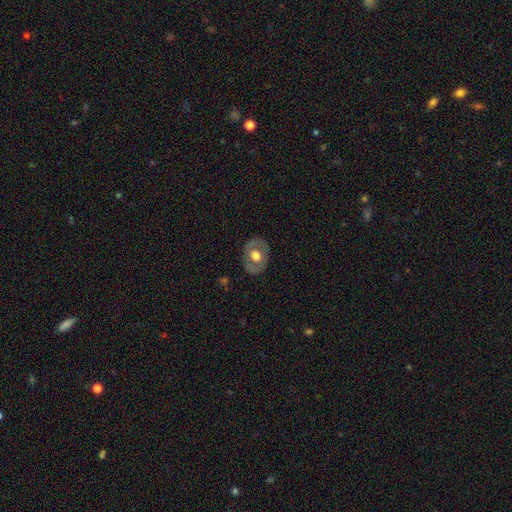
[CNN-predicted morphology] Smooth or featured?
  - featured or disk: 49% *
  - smooth: 45%
  - star or artifact: 6%
Merging?
  - none: 81% *
  - minor disturbance: 13%
  - major disturbance: 5%
  - merger: 1%